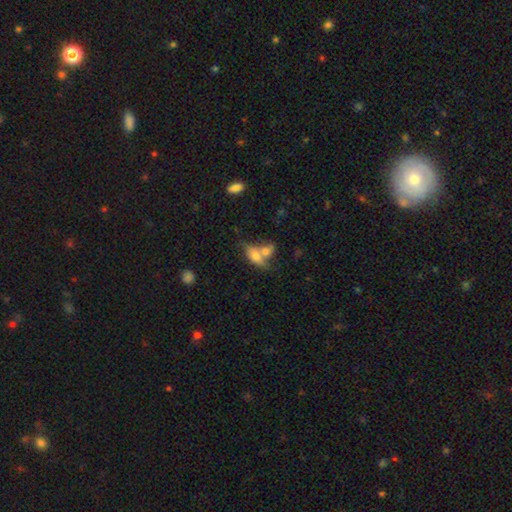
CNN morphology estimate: Smooth or featured?
  - smooth: 70% *
  - featured or disk: 21%
  - star or artifact: 9%
How rounded?
  - in between: 80% *
  - cigar-shaped: 11%
  - round: 9%
Merging?
  - merger: 56% *
  - none: 27%
  - minor disturbance: 10%
  - major disturbance: 6%